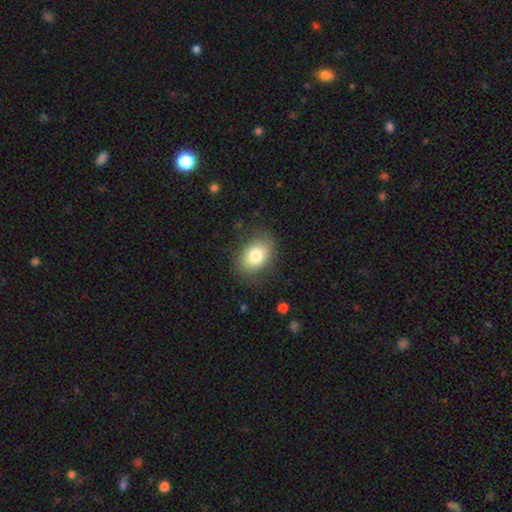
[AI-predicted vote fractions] smooth-or-featured: smooth: 76% | featured or disk: 16% | star or artifact: 8%
  how-rounded: in between: 73% | round: 26% | cigar-shaped: 1%
  merging: none: 75% | minor disturbance: 17% | major disturbance: 7% | merger: 1%